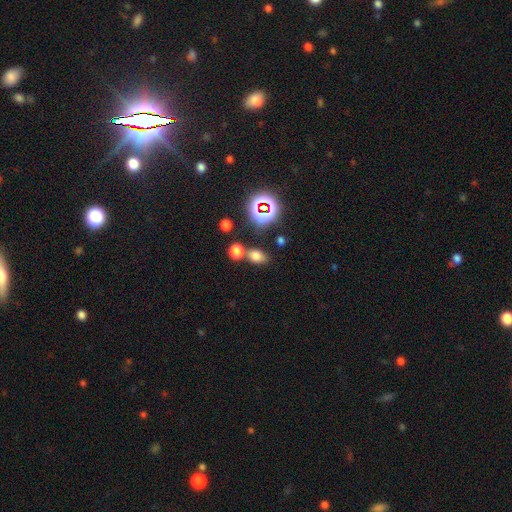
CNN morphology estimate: smooth_or_featured: smooth (p=0.70) [alt: star or artifact p=0.22]
how_rounded: in between (p=0.70) [alt: round p=0.28]
merging: none (p=0.62) [alt: merger p=0.22]